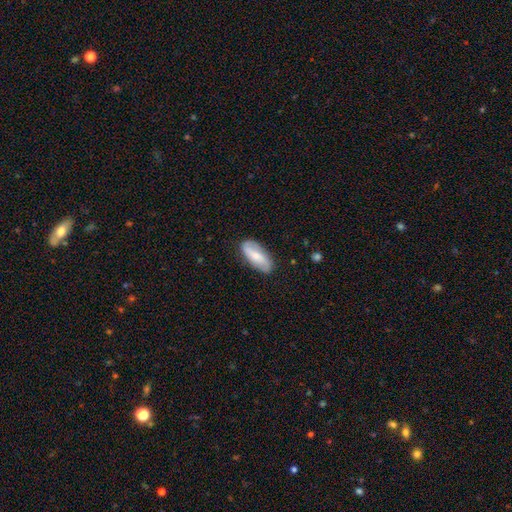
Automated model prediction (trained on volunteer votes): Smooth or featured? Predicted: featured or disk (p=0.48). Merging? Predicted: none (p=0.82).